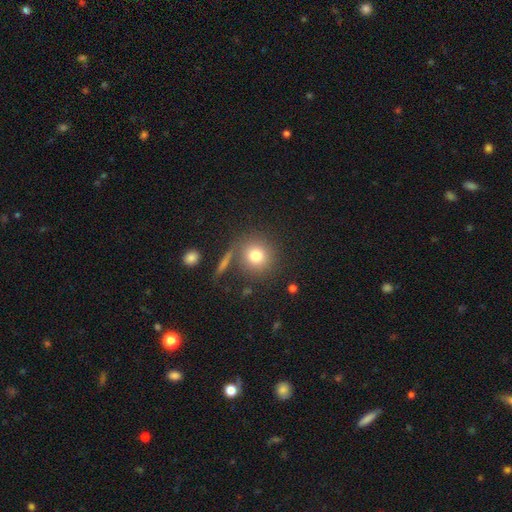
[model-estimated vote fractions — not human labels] Overall: smooth (78%). How rounded: round (91%). Merging: none (78%).